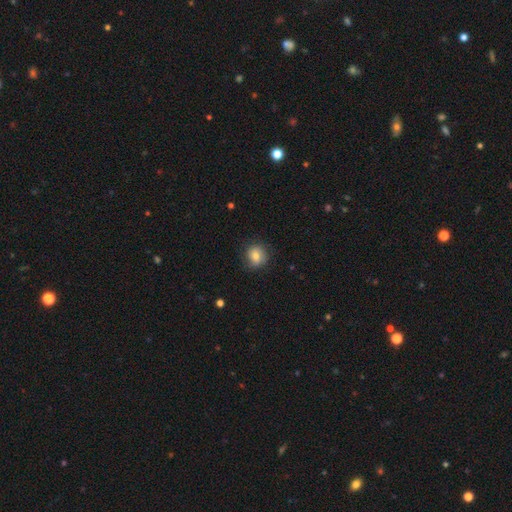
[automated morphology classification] This is likely a smooth galaxy (75%). How rounded: likely round (78%). Merging: likely none (78%).